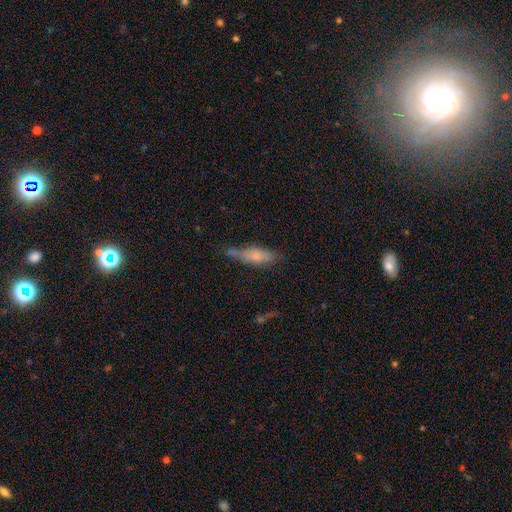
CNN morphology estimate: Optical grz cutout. It shows a smooth galaxy with no disk features (60%) that is cigar-shaped (61%). Merging: none (59%).